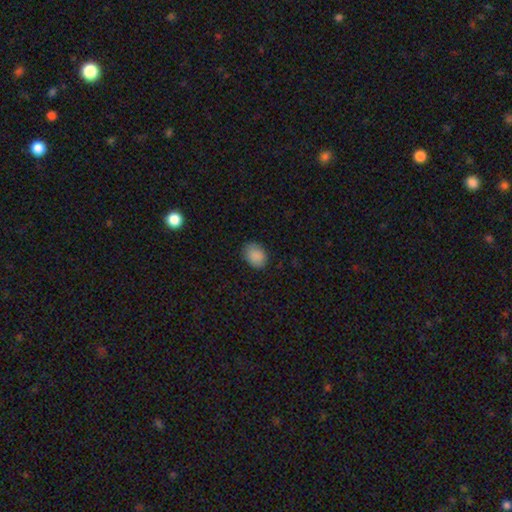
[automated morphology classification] smooth_or_featured: smooth (p=0.88) [alt: star or artifact p=0.08]
how_rounded: in between (p=0.65) [alt: round p=0.34]
merging: none (p=0.81) [alt: minor disturbance p=0.15]